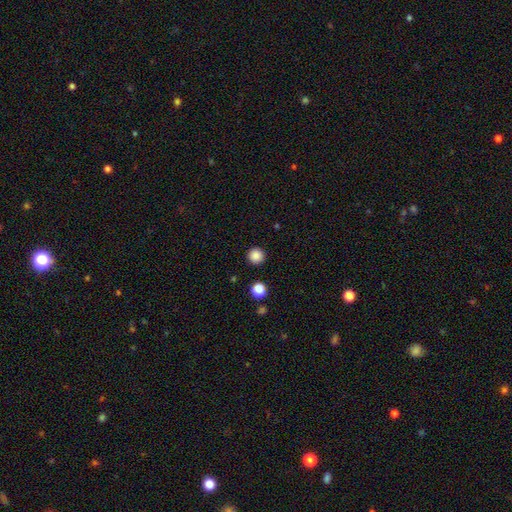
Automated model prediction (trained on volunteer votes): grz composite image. It shows a smooth galaxy with no disk features (87%) that is round (96%). Merging: none (93%).